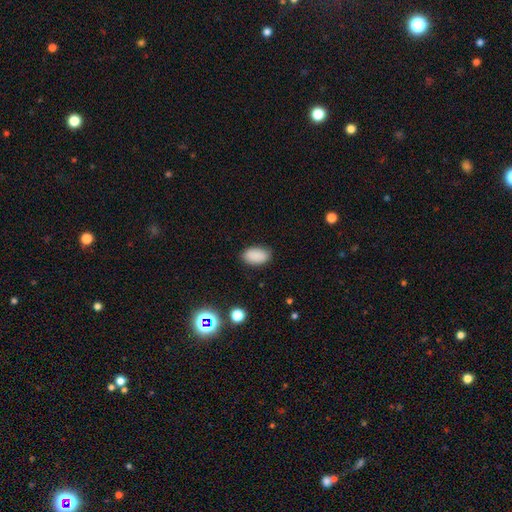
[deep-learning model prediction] Smooth or featured: smooth — 88% (star or artifact — 8%)
How rounded: in between — 93% (round — 6%)
Merging: none — 84% (minor disturbance — 12%)